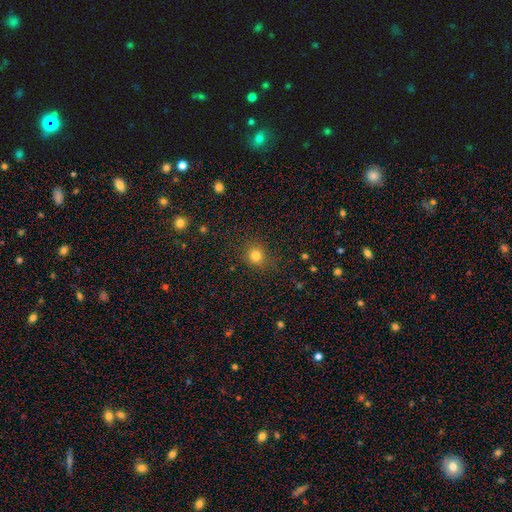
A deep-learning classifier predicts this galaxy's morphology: type=smooth (80%); roundness=round (83%); merging=none (85%).